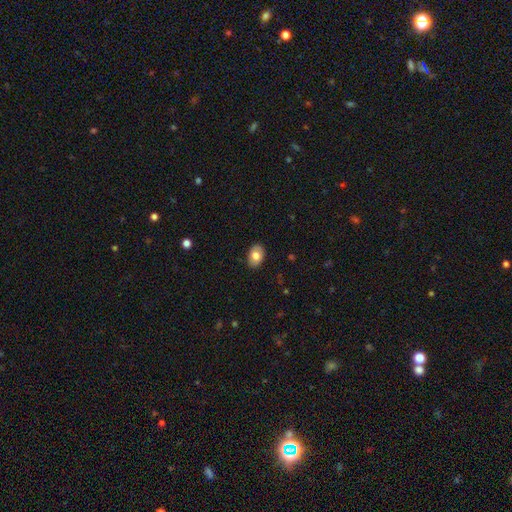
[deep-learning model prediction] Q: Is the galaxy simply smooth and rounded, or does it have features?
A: smooth — 77%.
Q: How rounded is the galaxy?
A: in between — 83%.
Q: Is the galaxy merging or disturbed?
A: none — 88%.